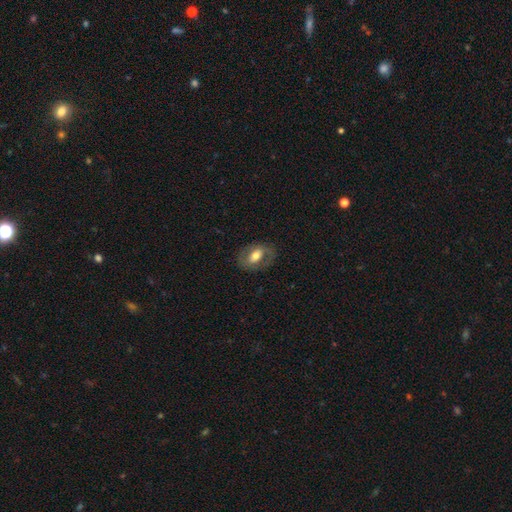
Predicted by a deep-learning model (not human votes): Smooth or featured?
  - featured or disk: 48% *
  - smooth: 46%
  - star or artifact: 7%
Merging?
  - none: 77% *
  - minor disturbance: 14%
  - major disturbance: 8%
  - merger: 1%